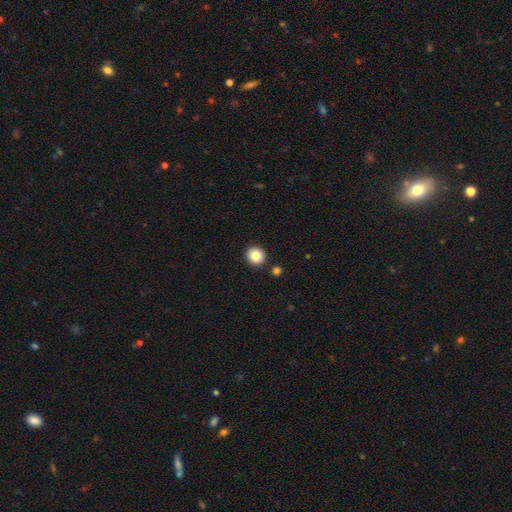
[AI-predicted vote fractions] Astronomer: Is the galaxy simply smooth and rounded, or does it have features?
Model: smooth — 84%.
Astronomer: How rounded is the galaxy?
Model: round — 90%.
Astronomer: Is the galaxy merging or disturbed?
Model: none — 90%.